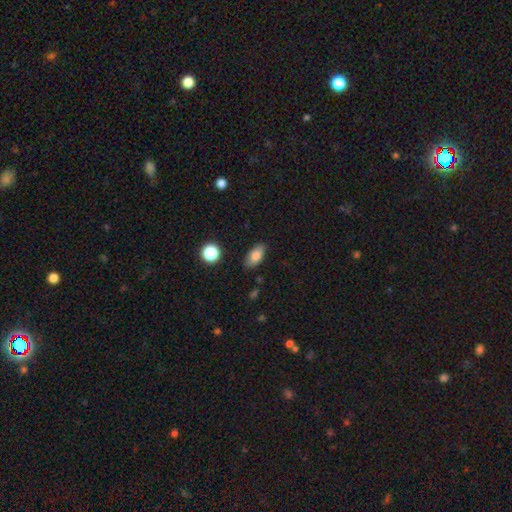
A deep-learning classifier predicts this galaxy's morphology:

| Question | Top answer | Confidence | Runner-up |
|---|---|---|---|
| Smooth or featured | smooth | 83% | star or artifact (9%) |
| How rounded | in between | 90% | round (6%) |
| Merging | none | 83% | minor disturbance (12%) |